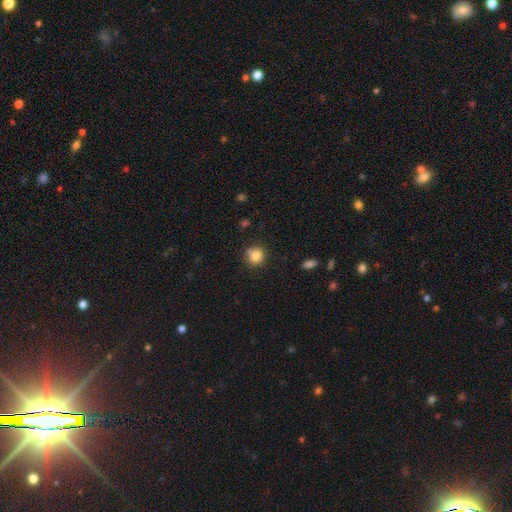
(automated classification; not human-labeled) smooth 82%, star or artifact 11%, featured or disk 8%. Down the decision tree: how rounded — round (87%); merging — none (72%).